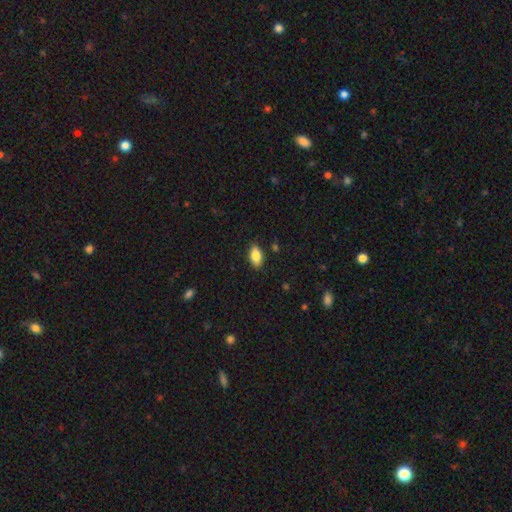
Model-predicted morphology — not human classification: Smooth or featured: smooth — 86% (star or artifact — 7%)
How rounded: in between — 92% (cigar-shaped — 5%)
Merging: none — 87% (minor disturbance — 10%)